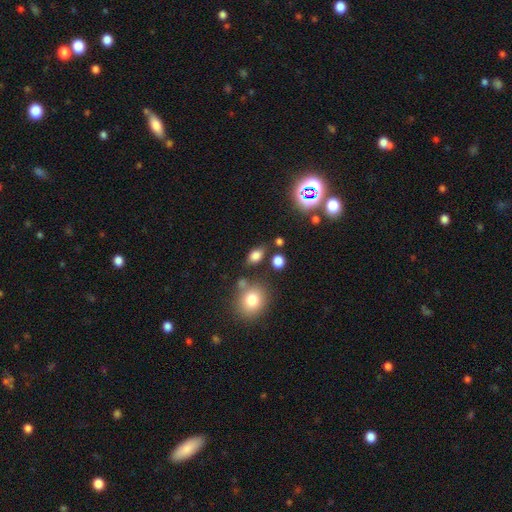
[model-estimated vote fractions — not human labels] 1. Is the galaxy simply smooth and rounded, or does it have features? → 78% smooth, 13% star or artifact, 9% featured or disk.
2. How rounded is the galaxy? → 81% in between, 16% round, 3% cigar-shaped.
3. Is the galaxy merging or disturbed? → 73% none, 14% minor disturbance, 8% merger, 4% major disturbance.